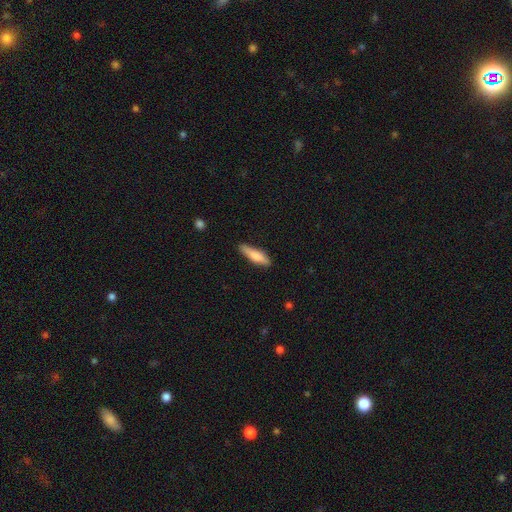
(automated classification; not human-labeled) A smooth galaxy with no disk features (76%) that is cigar-shaped (70%).

Vote fractions:
- Smooth or featured? smooth: 76% / featured or disk: 19% / star or artifact: 6%
- How rounded? cigar-shaped: 70% / in between: 28% / round: 2%
- Merging? none: 83% / minor disturbance: 13% / major disturbance: 2% / merger: 1%